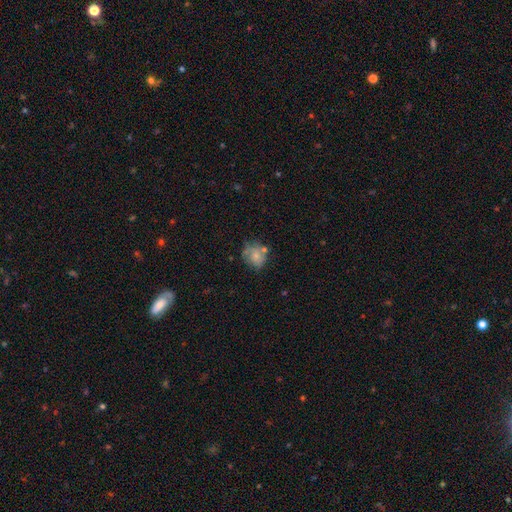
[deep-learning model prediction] Smooth or featured?
  - smooth: 68% *
  - featured or disk: 22%
  - star or artifact: 10%
How rounded?
  - round: 65% *
  - in between: 34%
  - cigar-shaped: 1%
Merging?
  - none: 51% *
  - minor disturbance: 25%
  - merger: 14%
  - major disturbance: 10%